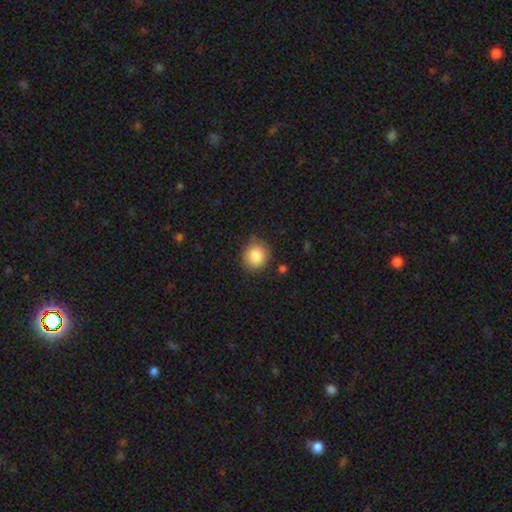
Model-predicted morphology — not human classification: smooth 86%, star or artifact 9%, featured or disk 5%. Down the decision tree: how rounded — round (89%); merging — none (82%).